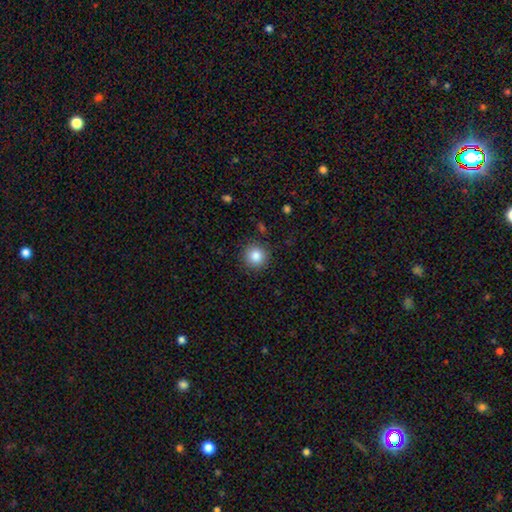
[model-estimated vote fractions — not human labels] Smooth or featured: smooth — 85% (star or artifact — 10%)
How rounded: round — 94% (in between — 5%)
Merging: none — 89% (minor disturbance — 7%)